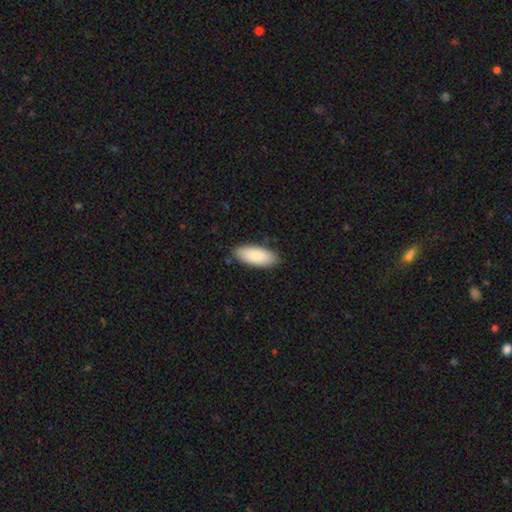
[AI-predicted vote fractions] Overall: smooth (87%). How rounded: in between (85%). Merging: none (85%).